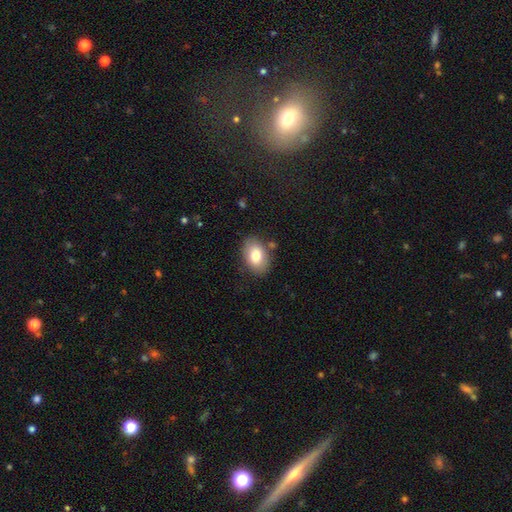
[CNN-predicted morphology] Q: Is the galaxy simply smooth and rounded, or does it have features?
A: smooth — 78%.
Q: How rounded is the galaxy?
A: in between — 83%.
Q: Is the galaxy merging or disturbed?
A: none — 81%.